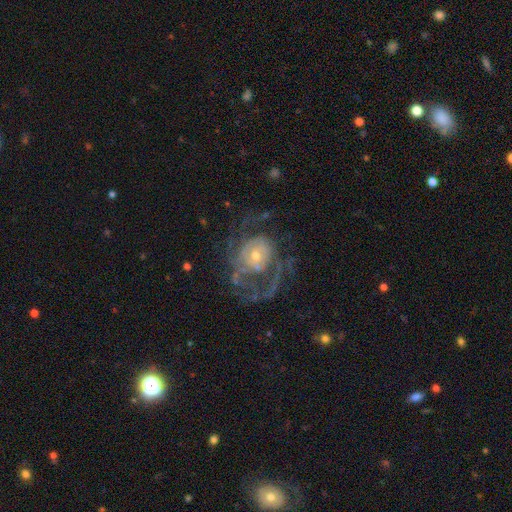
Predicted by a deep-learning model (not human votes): This is clearly a featured or disk galaxy (82%). It is clearly not viewed edge-on (97%). Bar: likely no (74%). Spiral arm pattern: clearly yes (82%). Spiral arm count: marginally can't tell (32%). Spiral winding: marginally tight (39%). Central bulge: possibly small (48%). Merging: possibly none (46%).